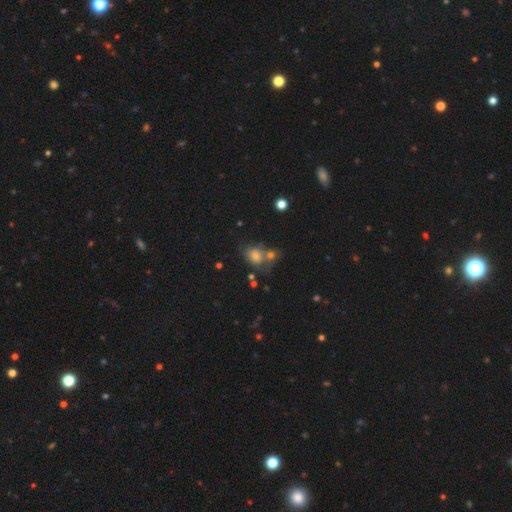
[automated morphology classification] This appears to be a smooth galaxy with no disk features (69%) that is in between round and cigar-shaped (50%). Merging: none (49%).